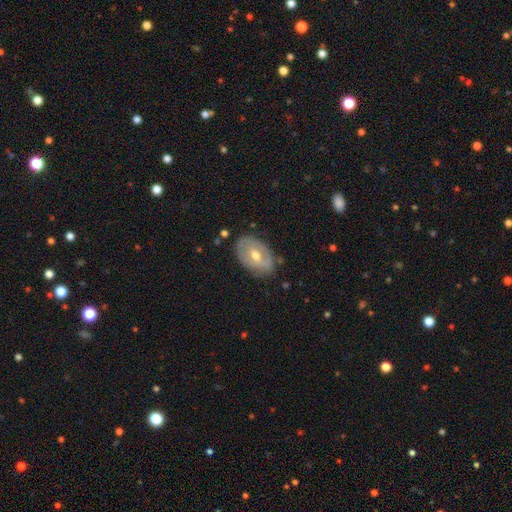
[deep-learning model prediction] Overall: featured or disk (57%; smooth 37%). Edge-on disk: no (91%). Bar: no (46%; weak 38%). Spiral arms: no (68%; yes 32%). Bulge size: moderate (74%). Merging: none (76%).